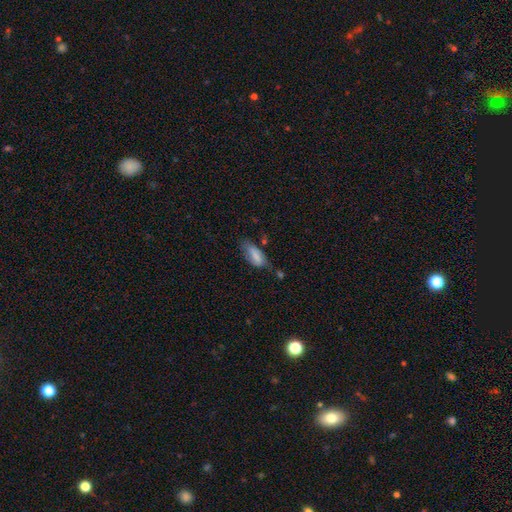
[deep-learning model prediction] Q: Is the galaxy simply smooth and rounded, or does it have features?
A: smooth — 77%.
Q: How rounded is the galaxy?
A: in between — 83%.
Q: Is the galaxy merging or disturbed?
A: none — 48%.